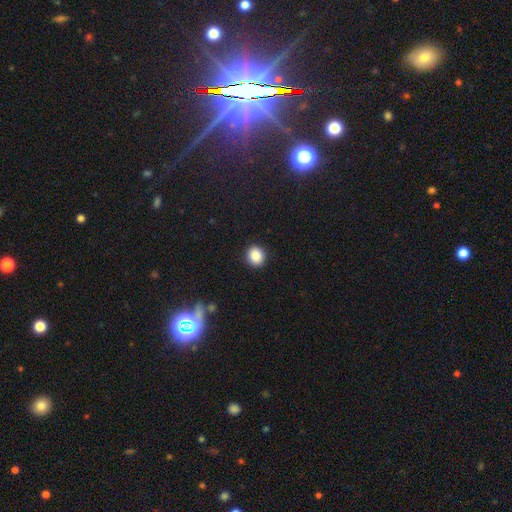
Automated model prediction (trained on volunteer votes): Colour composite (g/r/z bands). It shows a smooth galaxy with no disk features (86%) that is round (81%). Merging: none (91%).